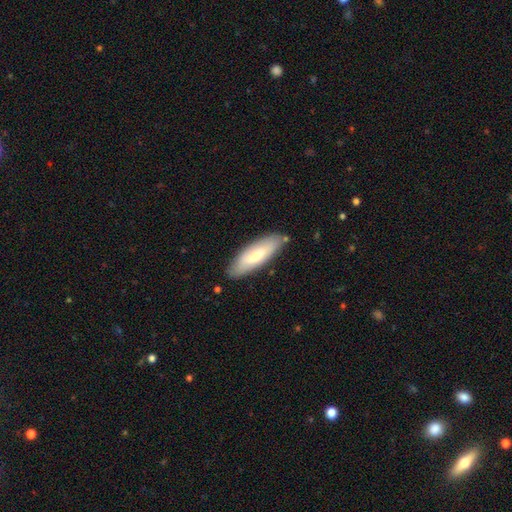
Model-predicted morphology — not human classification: Overall: smooth (62%; featured or disk 32%). How rounded: in between (56%; cigar-shaped 42%). Merging: none (83%).